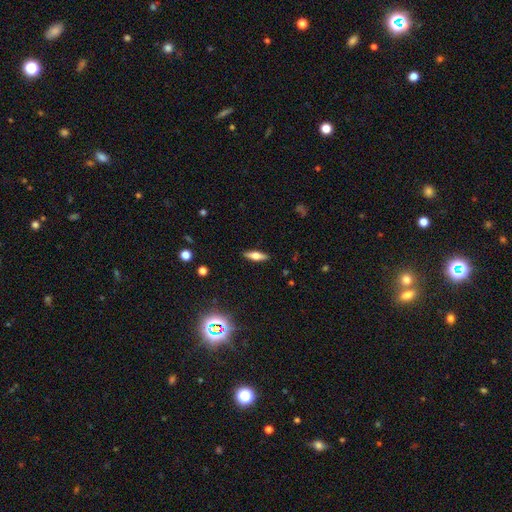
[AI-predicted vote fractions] Smooth or featured? smooth (49%)
Merging? none (89%)